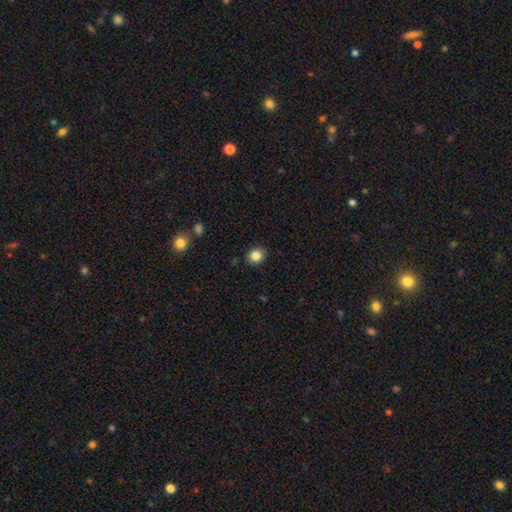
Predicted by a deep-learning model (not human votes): Morphology: type=smooth (85%); roundness=round (72%); merging=none (88%).